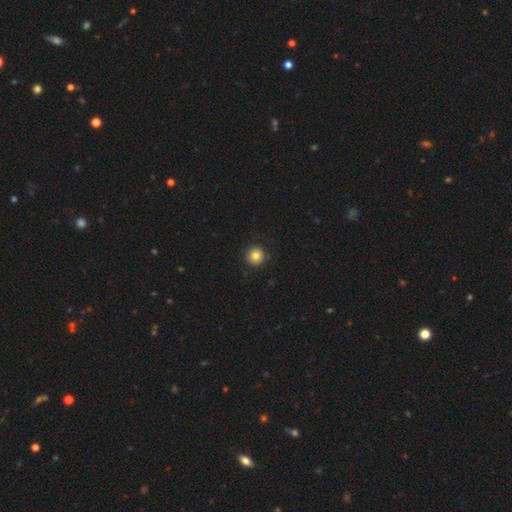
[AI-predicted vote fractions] Q: Smooth or featured?
A: smooth (82%); runner-up: star or artifact (10%)
Q: How rounded?
A: round (95%); runner-up: in between (4%)
Q: Merging?
A: none (91%); runner-up: minor disturbance (6%)